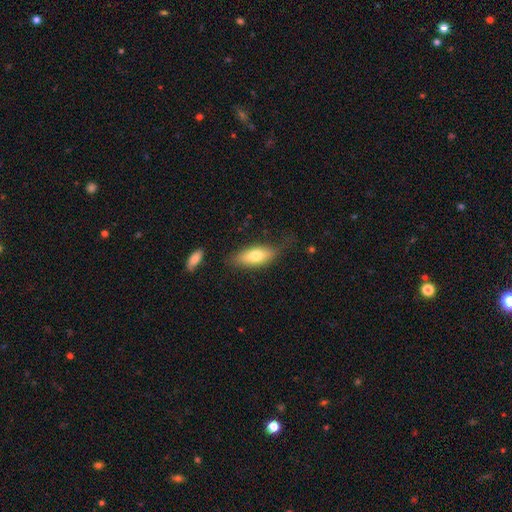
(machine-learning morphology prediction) type=smooth (71%); roundness=in between (77%); merging=none (67%).